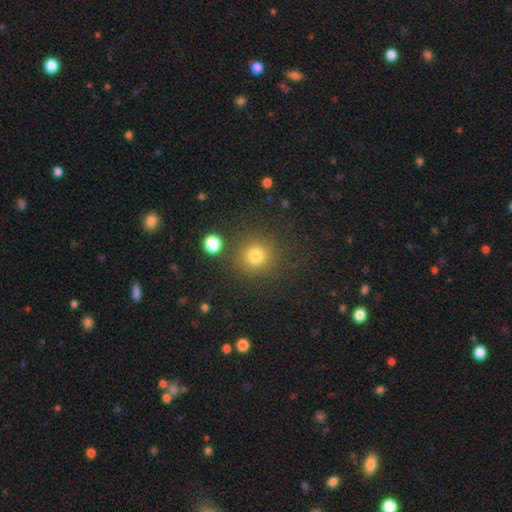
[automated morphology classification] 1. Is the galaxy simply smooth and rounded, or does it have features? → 79% smooth, 15% star or artifact, 6% featured or disk.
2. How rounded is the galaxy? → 91% round, 8% in between, 1% cigar-shaped.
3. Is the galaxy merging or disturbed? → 83% none, 9% minor disturbance, 4% merger, 4% major disturbance.